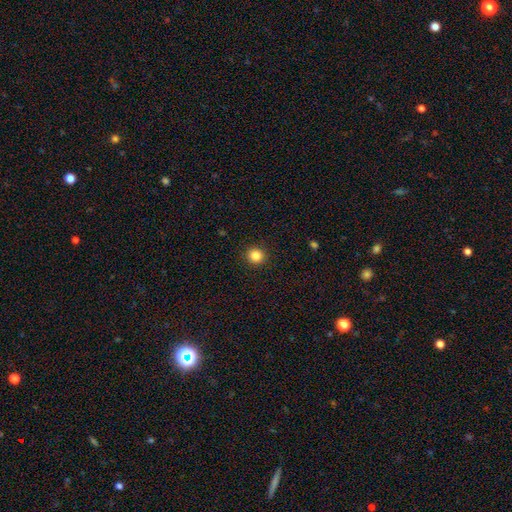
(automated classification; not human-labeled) smooth-or-featured: smooth: 84% | star or artifact: 11% | featured or disk: 4%
  how-rounded: round: 91% | in between: 9% | cigar-shaped: 1%
  merging: none: 92% | minor disturbance: 5% | major disturbance: 2% | merger: 1%